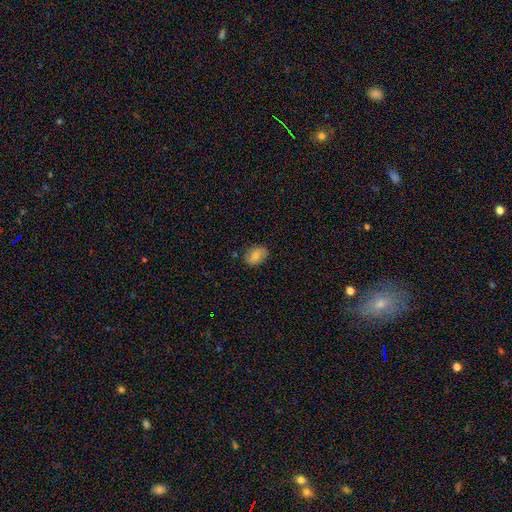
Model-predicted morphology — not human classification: The model was most divided on "how rounded": in between: 80%, round: 19%, cigar-shaped: 1%. More confident: merging — none (79%); smooth or featured — smooth (78%).